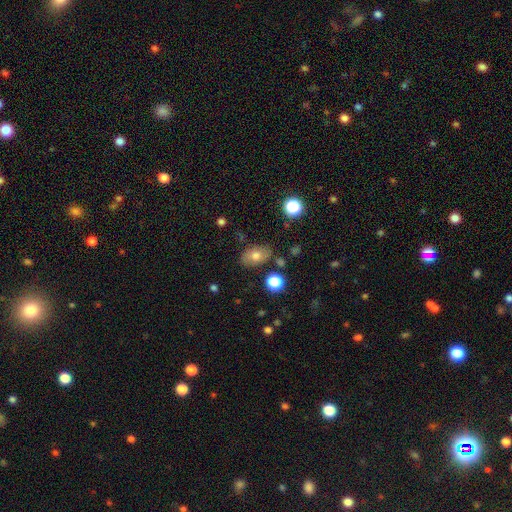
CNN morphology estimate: A smooth galaxy with no disk features (70%) that is in between round and cigar-shaped (83%). Merging: none (79%).